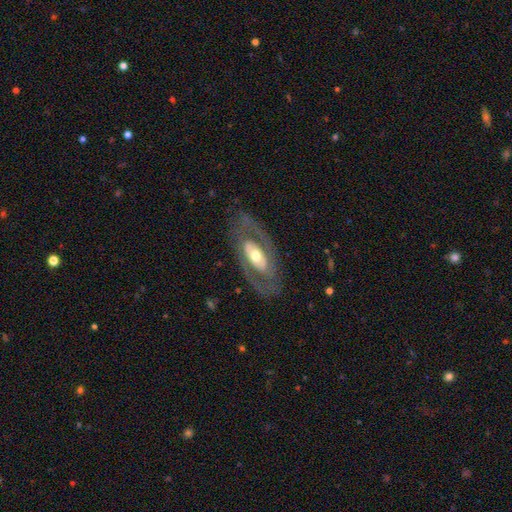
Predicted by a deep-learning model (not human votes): Smooth or featured: featured or disk — 75% (smooth — 20%)
Edge-on disk: no — 91% (yes — 9%)
Bar: no — 59% (weak — 23%)
Spiral arms: yes — 61% (no — 39%)
Bulge size: moderate — 65% (large — 17%)
Merging: none — 75% (minor disturbance — 13%)